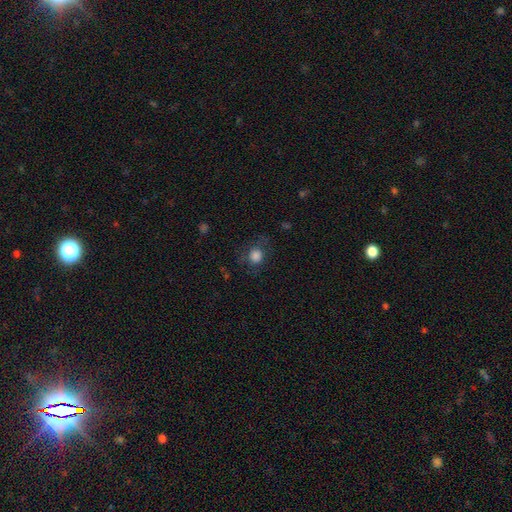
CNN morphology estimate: smooth-or-featured: smooth: 80% | star or artifact: 11% | featured or disk: 9%
  how-rounded: round: 83% | in between: 16% | cigar-shaped: 1%
  merging: none: 72% | minor disturbance: 16% | major disturbance: 11% | merger: 1%